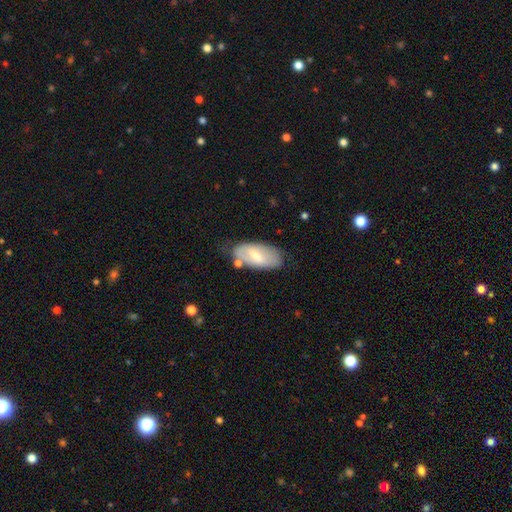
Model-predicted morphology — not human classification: This is possibly a smooth galaxy (59%). How rounded: clearly in between (89%). Merging: likely none (66%).